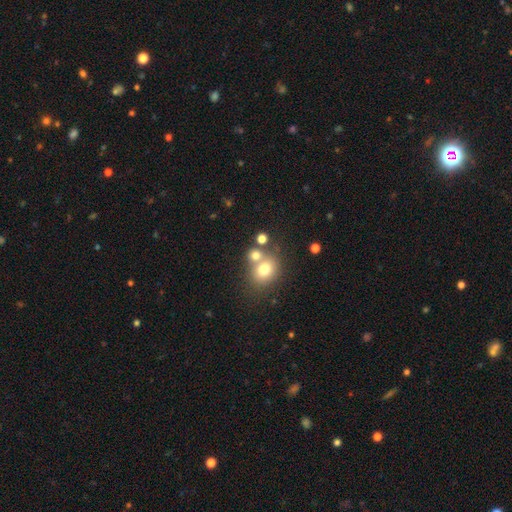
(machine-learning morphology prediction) Q: Smooth or featured?
A: smooth (73%); runner-up: featured or disk (14%)
Q: How rounded?
A: round (68%); runner-up: in between (31%)
Q: Merging?
A: none (48%); runner-up: merger (39%)